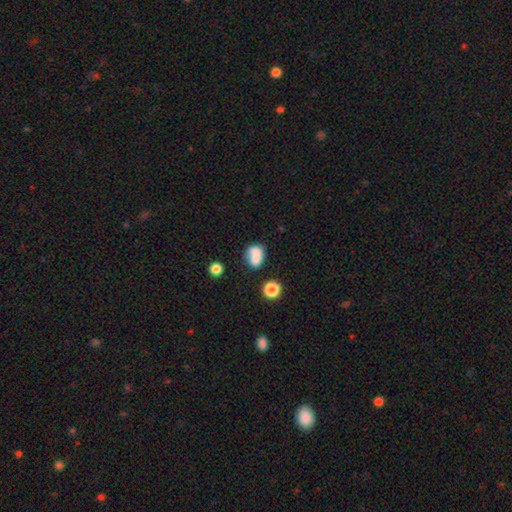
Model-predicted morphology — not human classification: This appears to be a smooth galaxy with no disk features (76%) that is in between round and cigar-shaped (67%). Merging: none (52%).